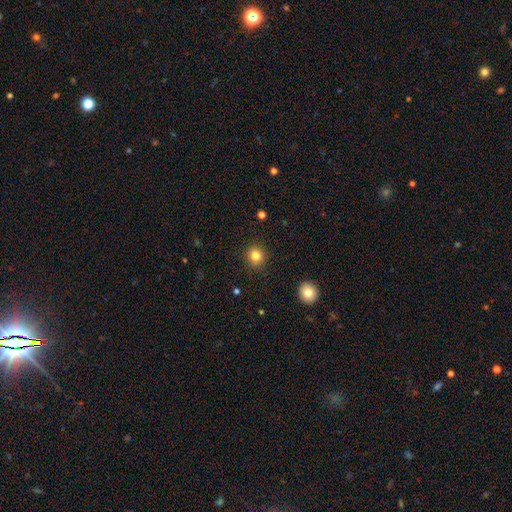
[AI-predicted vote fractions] A smooth galaxy with no disk features (82%) that is round (89%).

Vote fractions:
- Smooth or featured? smooth: 82% / star or artifact: 12% / featured or disk: 6%
- How rounded? round: 89% / in between: 10% / cigar-shaped: 1%
- Merging? none: 90% / minor disturbance: 7% / major disturbance: 2% / merger: 1%